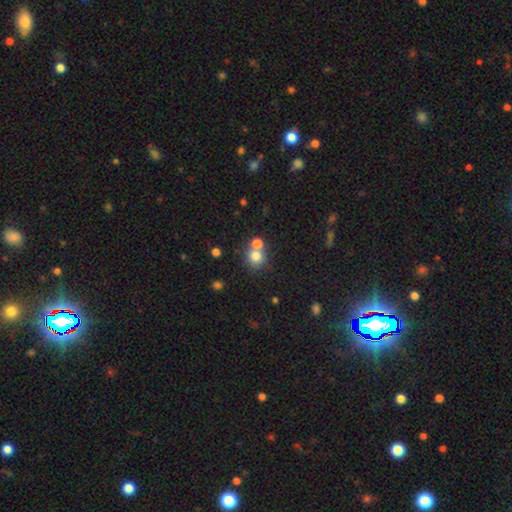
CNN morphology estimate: Smooth or featured: smooth — 78% (star or artifact — 13%)
How rounded: round — 87% (in between — 12%)
Merging: none — 53% (merger — 36%)